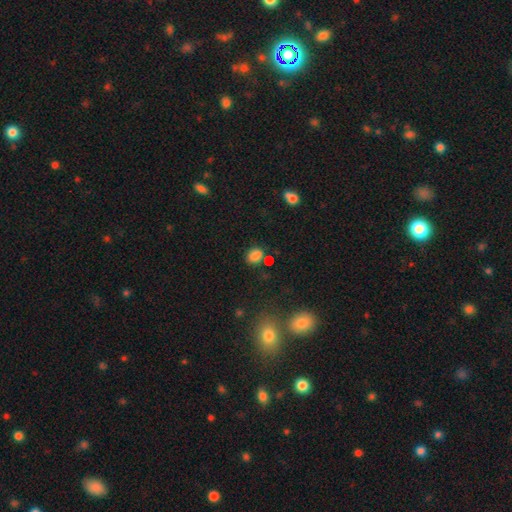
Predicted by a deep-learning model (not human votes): smooth 74%, star or artifact 19%, featured or disk 7%. Down the decision tree: how rounded — in between (54%); merging — none (64%).